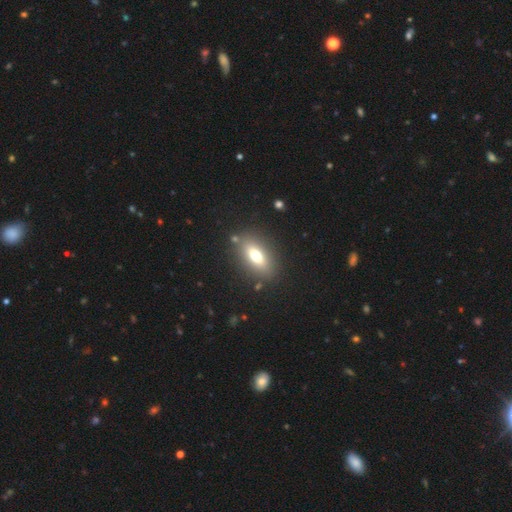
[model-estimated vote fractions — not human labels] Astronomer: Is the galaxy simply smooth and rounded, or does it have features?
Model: smooth — 68%.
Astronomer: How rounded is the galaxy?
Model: in between — 80%.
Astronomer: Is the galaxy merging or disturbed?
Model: none — 84%.